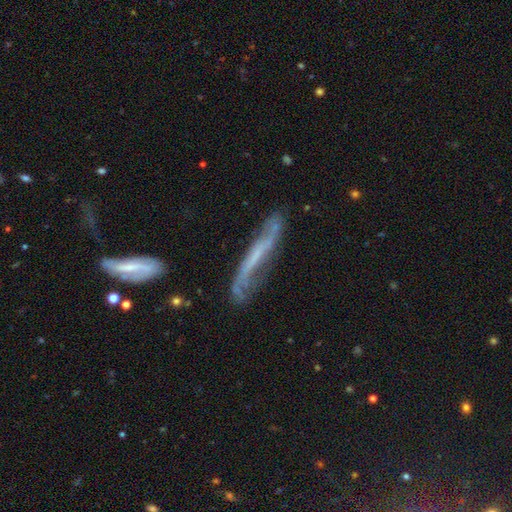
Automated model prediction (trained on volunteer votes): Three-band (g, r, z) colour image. It shows a featured or disk galaxy (69%) viewed edge-on (53%). Merging: none (56%).